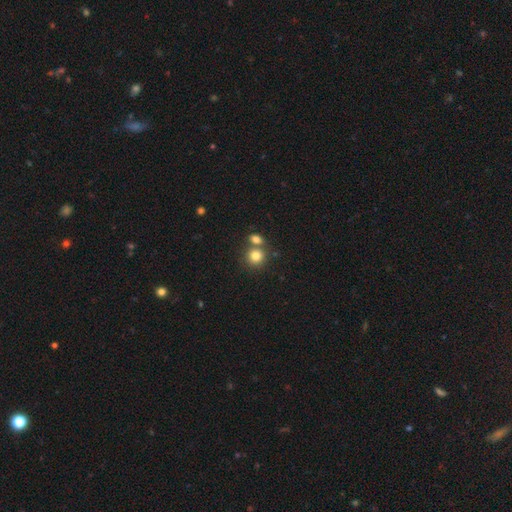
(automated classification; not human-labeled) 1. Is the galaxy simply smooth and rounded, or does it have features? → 80% smooth, 11% star or artifact, 9% featured or disk.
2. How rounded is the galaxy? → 85% round, 14% in between, 1% cigar-shaped.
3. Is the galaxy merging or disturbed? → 56% none, 34% merger, 8% minor disturbance, 3% major disturbance.